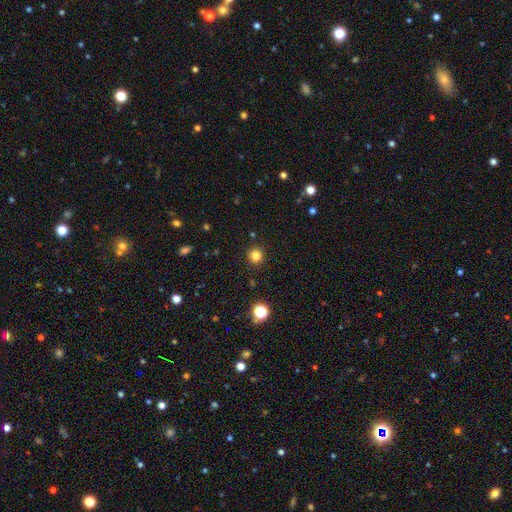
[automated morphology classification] smooth-or-featured: smooth: 82% | star or artifact: 14% | featured or disk: 4%
  how-rounded: round: 93% | in between: 6% | cigar-shaped: 1%
  merging: none: 91% | minor disturbance: 6% | major disturbance: 2% | merger: 1%